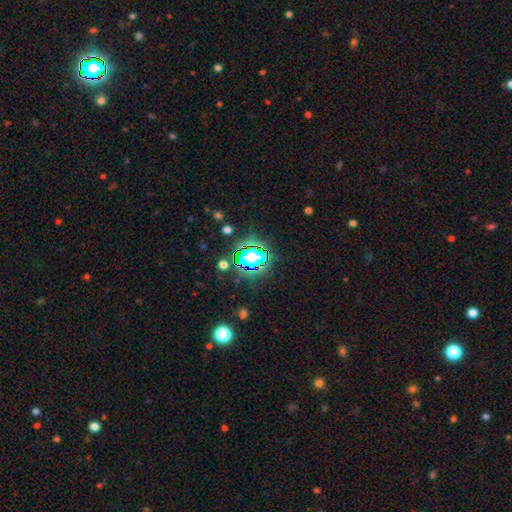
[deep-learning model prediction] Morphology: type=star or artifact (60%).